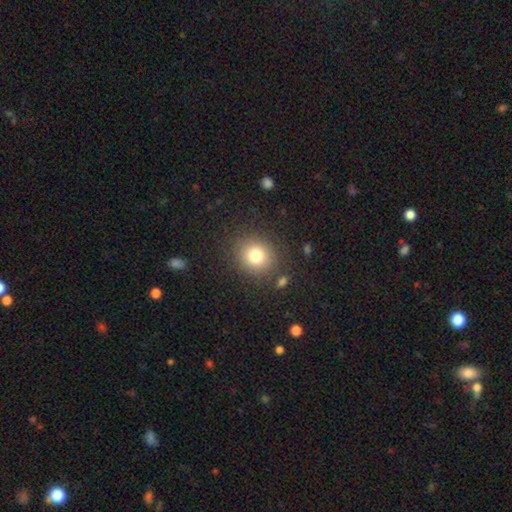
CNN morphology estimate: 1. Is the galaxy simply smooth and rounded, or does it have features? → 79% smooth, 12% star or artifact, 9% featured or disk.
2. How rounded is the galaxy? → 83% round, 16% in between, 1% cigar-shaped.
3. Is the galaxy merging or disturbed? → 86% none, 8% minor disturbance, 3% major disturbance, 2% merger.